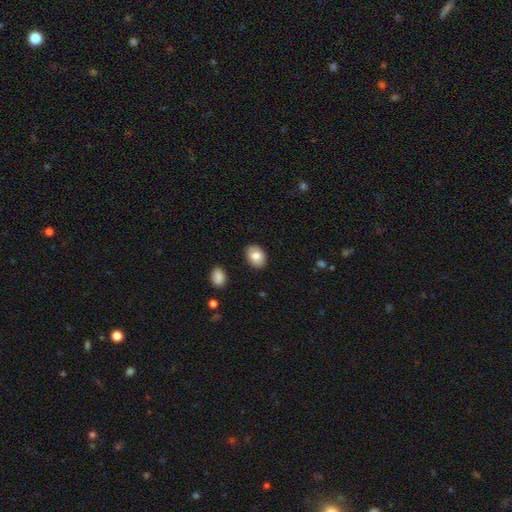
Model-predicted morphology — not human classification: A smooth galaxy with no disk features (83%) that is in between round and cigar-shaped (77%).

Vote fractions:
- Smooth or featured? smooth: 83% / featured or disk: 10% / star or artifact: 7%
- How rounded? in between: 77% / round: 22% / cigar-shaped: 1%
- Merging? none: 87% / minor disturbance: 9% / major disturbance: 2% / merger: 1%